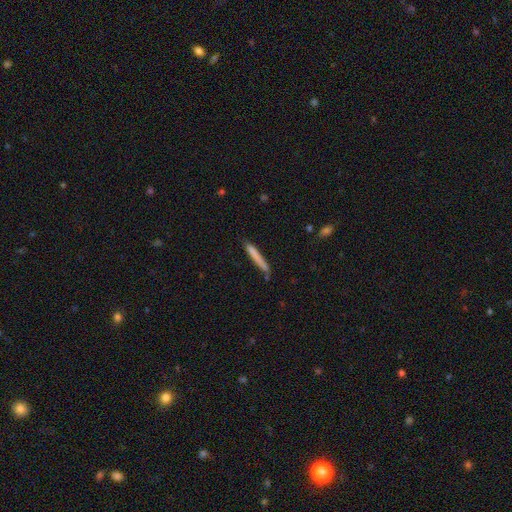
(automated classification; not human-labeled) Overall: smooth (74%). How rounded: cigar-shaped (96%). Merging: none (82%).